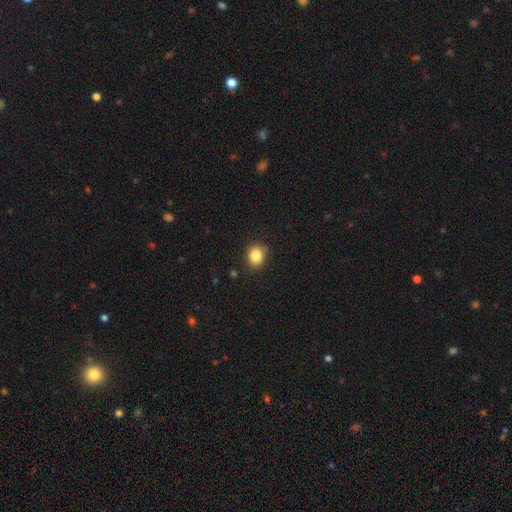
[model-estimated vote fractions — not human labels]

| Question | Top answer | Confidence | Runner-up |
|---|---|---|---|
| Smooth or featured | smooth | 85% | star or artifact (10%) |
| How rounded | round | 65% | in between (34%) |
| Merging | none | 83% | minor disturbance (13%) |